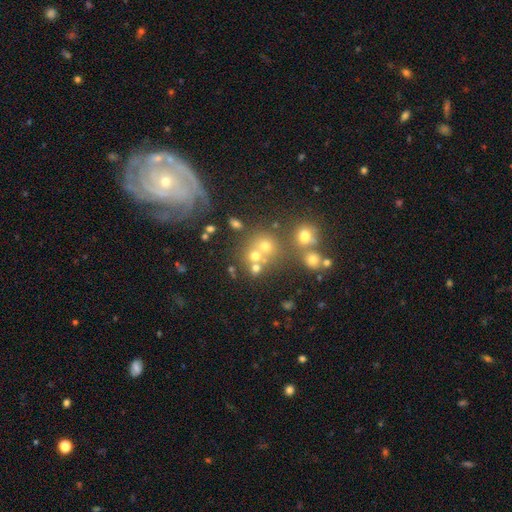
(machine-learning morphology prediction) featured or disk 39%, smooth 38%, star or artifact 22%. Down the decision tree: merging — none (58%).